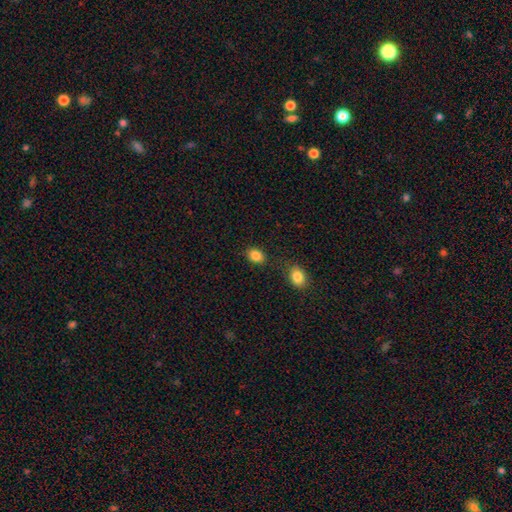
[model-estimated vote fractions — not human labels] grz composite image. It shows a smooth galaxy with no disk features (86%) that is in between round and cigar-shaped (67%). Merging: none (79%).